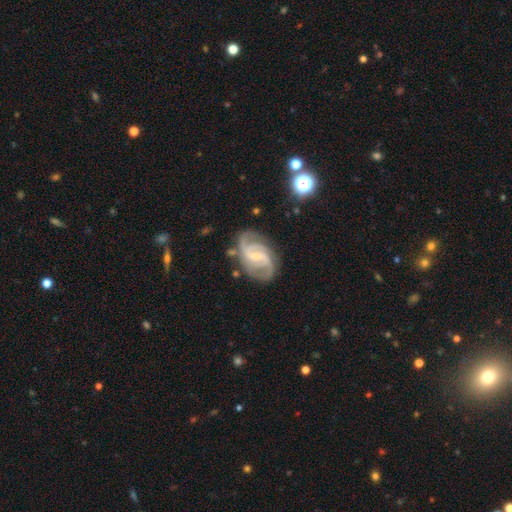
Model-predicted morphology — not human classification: Q: Smooth or featured?
A: featured or disk (89%); runner-up: smooth (5%)
Q: Edge-on disk?
A: no (97%); runner-up: yes (3%)
Q: Bar?
A: weak (54%); runner-up: strong (26%)
Q: Spiral arms?
A: yes (98%); runner-up: no (2%)
Q: Spiral winding?
A: medium (53%); runner-up: tight (29%)
Q: Spiral arm count?
A: 2 (62%); runner-up: 3 (20%)
Q: Bulge size?
A: small (67%); runner-up: moderate (25%)
Q: Merging?
A: none (72%); runner-up: minor disturbance (18%)